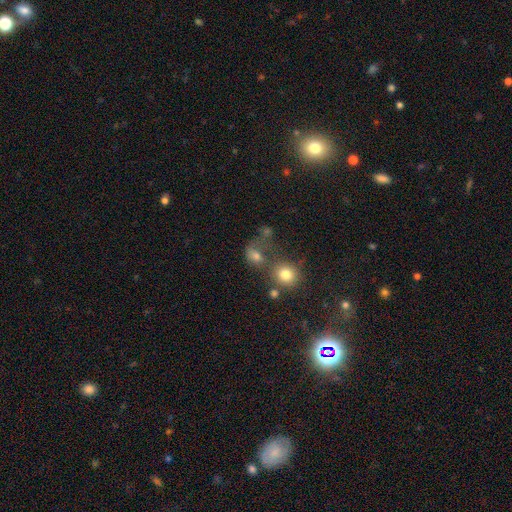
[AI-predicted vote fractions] Smooth or featured: smooth — 67% (star or artifact — 19%)
How rounded: round — 51% (in between — 47%)
Merging: none — 36% (merger — 31%)